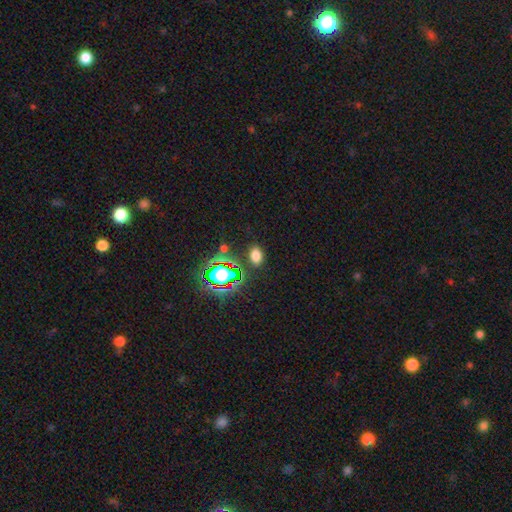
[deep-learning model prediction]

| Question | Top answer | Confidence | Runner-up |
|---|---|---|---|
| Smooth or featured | smooth | 68% | star or artifact (25%) |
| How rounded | in between | 83% | round (16%) |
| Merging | none | 84% | minor disturbance (10%) |